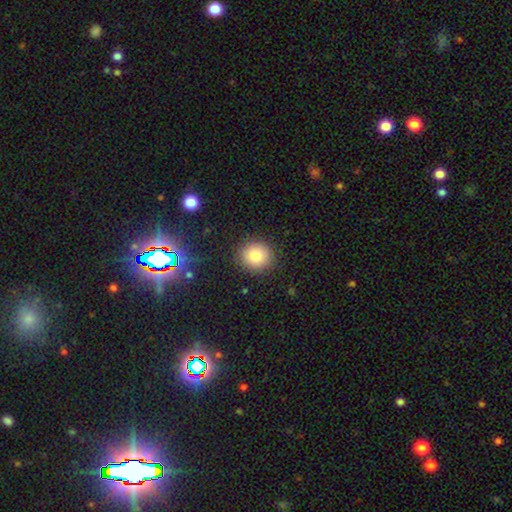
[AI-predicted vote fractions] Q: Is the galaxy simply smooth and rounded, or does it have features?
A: smooth — 81%.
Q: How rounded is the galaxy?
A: round — 85%.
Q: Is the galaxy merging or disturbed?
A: none — 89%.